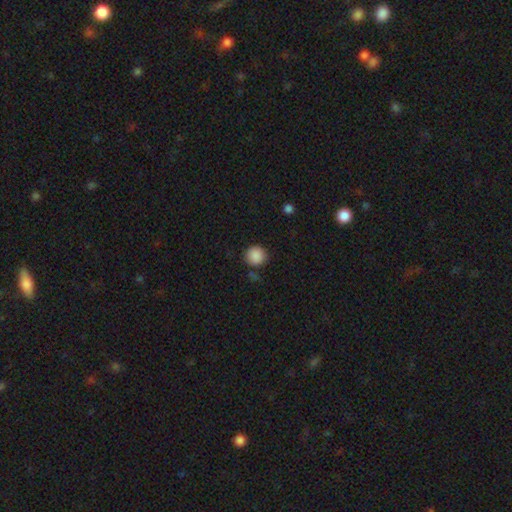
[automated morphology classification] Smooth or featured: smooth — 88% (star or artifact — 9%)
How rounded: round — 94% (in between — 5%)
Merging: none — 85% (minor disturbance — 9%)